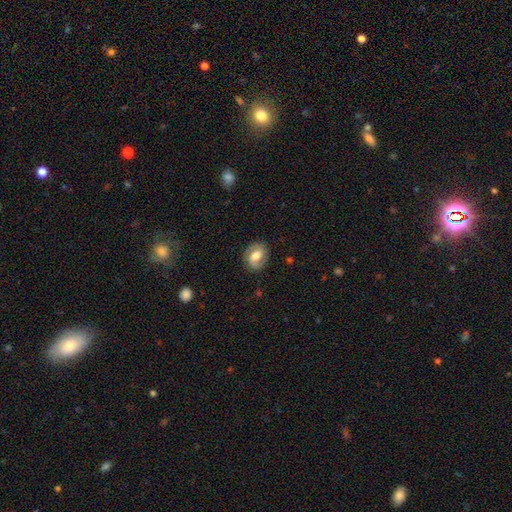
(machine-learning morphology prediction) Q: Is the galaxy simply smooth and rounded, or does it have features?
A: featured or disk — 54%.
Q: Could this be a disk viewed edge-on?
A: no — 96%.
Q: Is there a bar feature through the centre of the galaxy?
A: weak — 44%.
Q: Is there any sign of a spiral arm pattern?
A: yes — 81%.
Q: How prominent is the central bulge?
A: moderate — 63%.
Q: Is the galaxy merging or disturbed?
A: none — 83%.